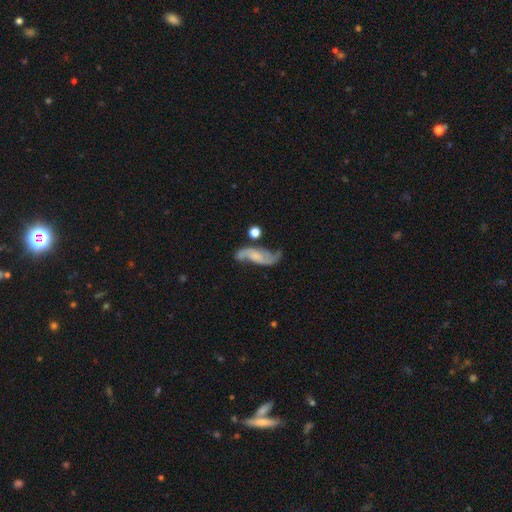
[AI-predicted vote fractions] This appears to be a featured or disk galaxy (78%) with no bar (52%), 2 (90%) loose (70%) spiral arms (94%) and no central bulge (39%). Merging: none (58%).